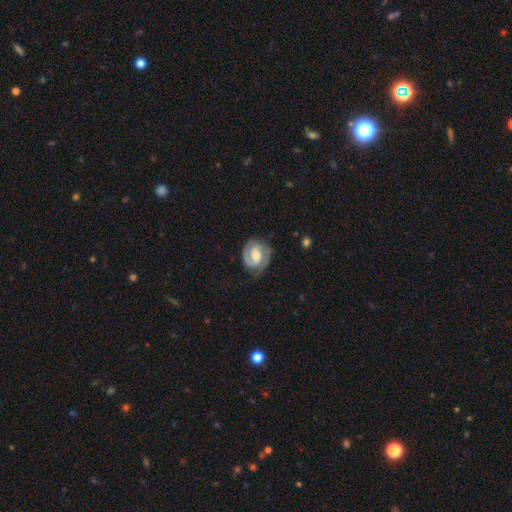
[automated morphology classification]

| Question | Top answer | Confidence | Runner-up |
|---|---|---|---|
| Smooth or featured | featured or disk | 82% | smooth (13%) |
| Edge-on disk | no | 98% | yes (2%) |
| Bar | weak | 49% | no (30%) |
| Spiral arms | yes | 95% | no (5%) |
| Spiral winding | tight | 53% | medium (39%) |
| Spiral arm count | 2 | 86% | can't tell (5%) |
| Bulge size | moderate | 58% | small (25%) |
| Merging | none | 77% | minor disturbance (16%) |